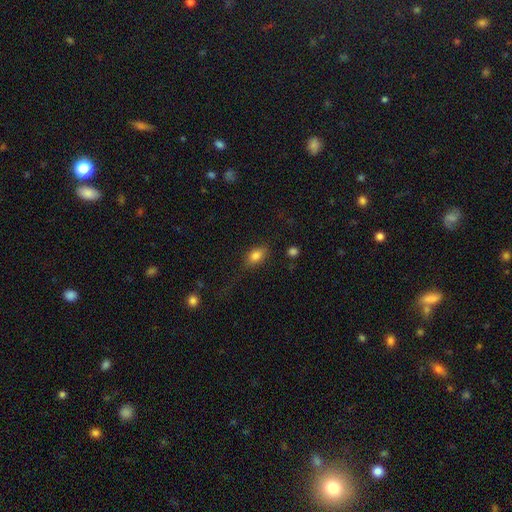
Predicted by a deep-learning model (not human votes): Overall: smooth (79%). How rounded: in between (80%). Merging: none (69%).